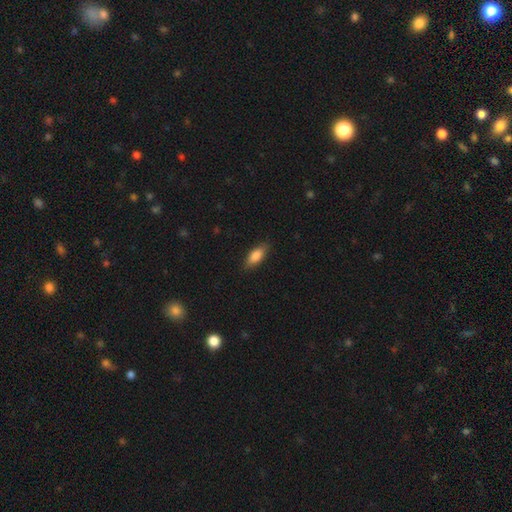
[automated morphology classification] smooth_or_featured: smooth (p=0.83) [alt: featured or disk p=0.10]
how_rounded: in between (p=0.77) [alt: cigar-shaped p=0.20]
merging: none (p=0.85) [alt: minor disturbance p=0.12]